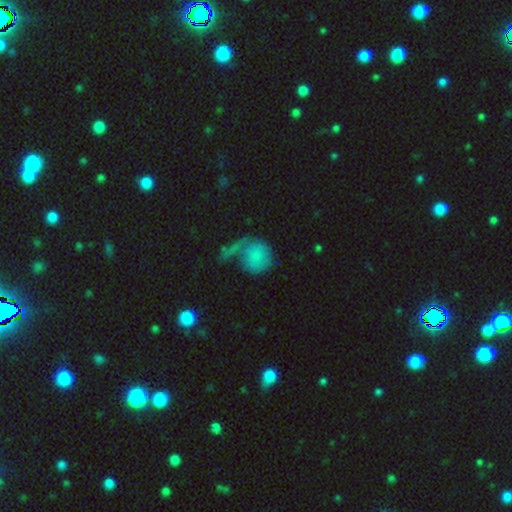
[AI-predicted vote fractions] Q: Smooth or featured?
A: smooth (70%); runner-up: featured or disk (21%)
Q: How rounded?
A: round (89%); runner-up: in between (9%)
Q: Merging?
A: none (41%); runner-up: major disturbance (22%)